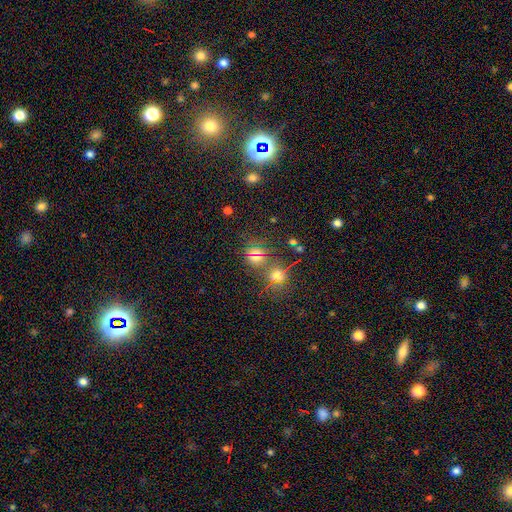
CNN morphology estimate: A star or artifact, not a galaxy (54%).